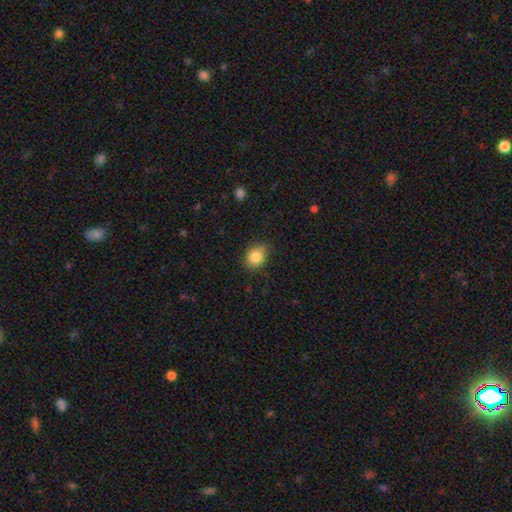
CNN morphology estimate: The model was most divided on "how rounded": round: 61%, in between: 38%, cigar-shaped: 1%. More confident: smooth or featured — smooth (84%); merging — none (69%).